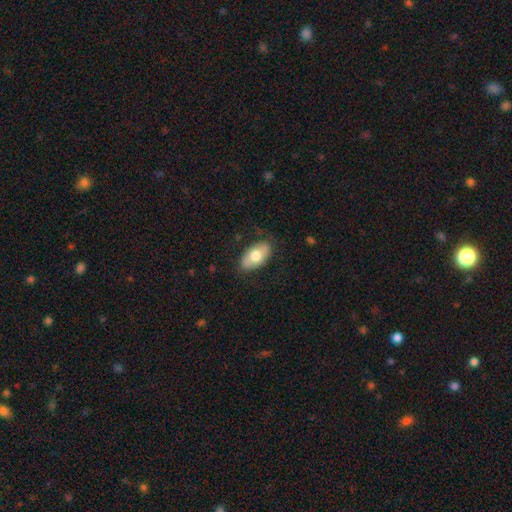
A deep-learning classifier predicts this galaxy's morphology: Smooth or featured: smooth — 72% (featured or disk — 22%)
How rounded: in between — 94% (round — 4%)
Merging: none — 80% (minor disturbance — 15%)